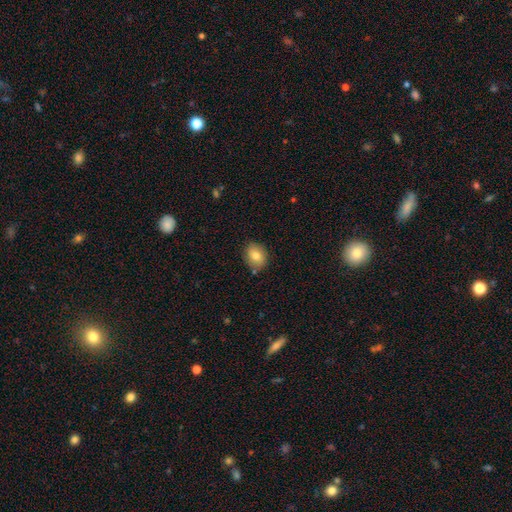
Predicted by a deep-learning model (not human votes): Smooth or featured? Predicted: smooth (p=0.82). How rounded? Predicted: round (p=0.50). Merging? Predicted: none (p=0.84).